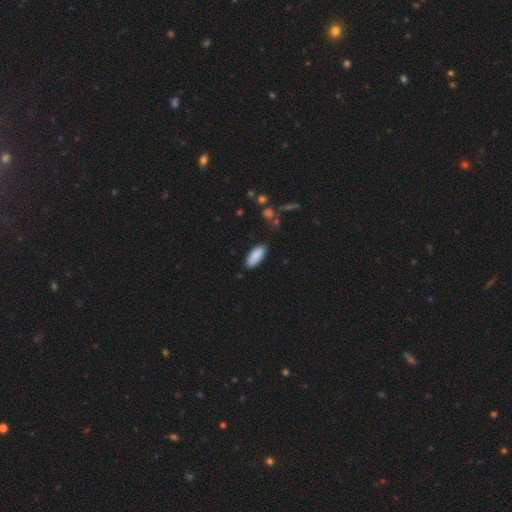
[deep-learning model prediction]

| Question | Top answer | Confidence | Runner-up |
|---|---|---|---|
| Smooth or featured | smooth | 87% | star or artifact (6%) |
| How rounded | in between | 83% | cigar-shaped (15%) |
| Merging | none | 84% | minor disturbance (12%) |